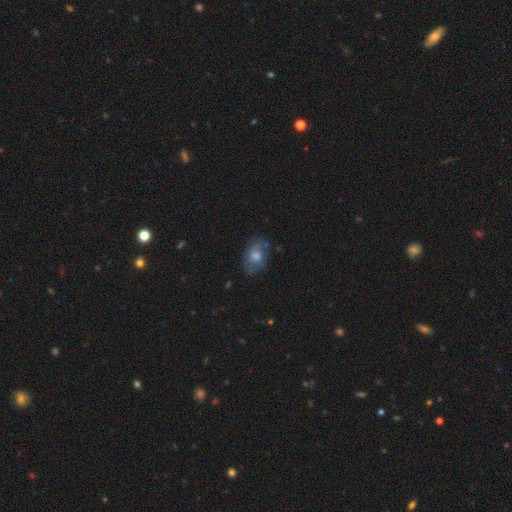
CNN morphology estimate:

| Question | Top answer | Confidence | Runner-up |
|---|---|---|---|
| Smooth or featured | smooth | 53% | featured or disk (38%) |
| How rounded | in between | 78% | round (21%) |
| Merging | none | 62% | minor disturbance (25%) |